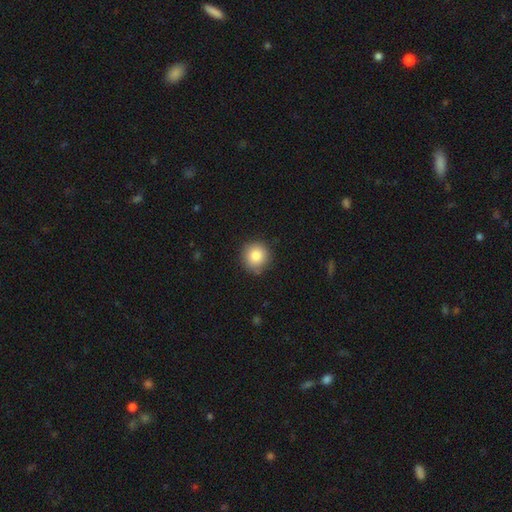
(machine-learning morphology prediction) Smooth or featured: smooth — 83% (star or artifact — 9%)
How rounded: round — 93% (in between — 6%)
Merging: none — 86% (minor disturbance — 11%)